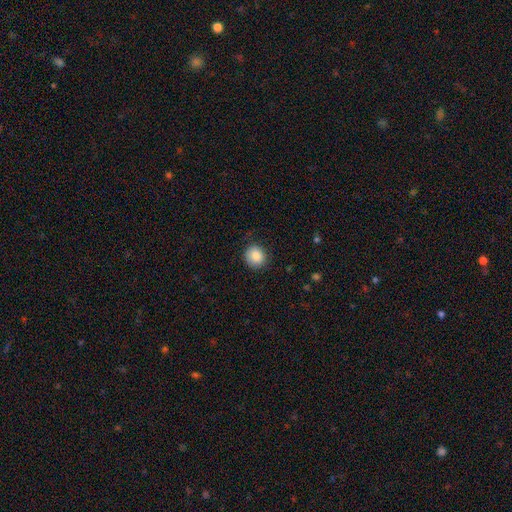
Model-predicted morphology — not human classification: Smooth or featured? Predicted: smooth (p=0.86). How rounded? Predicted: round (p=0.84). Merging? Predicted: none (p=0.80).